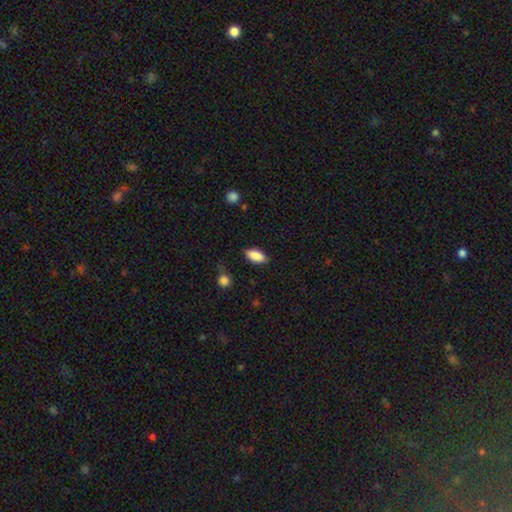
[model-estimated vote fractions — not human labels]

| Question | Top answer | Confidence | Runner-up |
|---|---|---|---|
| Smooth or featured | smooth | 87% | star or artifact (7%) |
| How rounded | in between | 87% | cigar-shaped (10%) |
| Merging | none | 82% | minor disturbance (13%) |